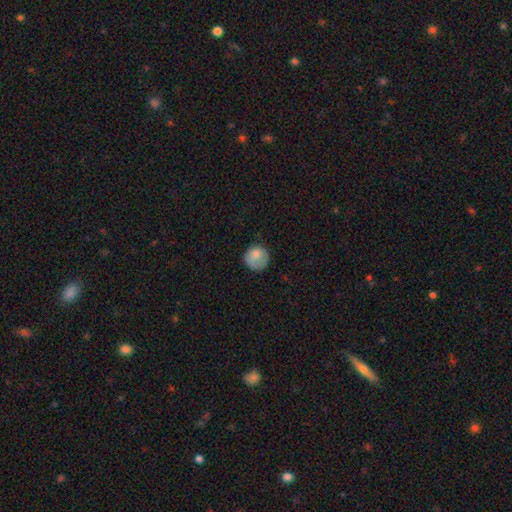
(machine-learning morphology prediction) Smooth or featured? smooth (80%)
How rounded? round (88%)
Merging? none (65%)